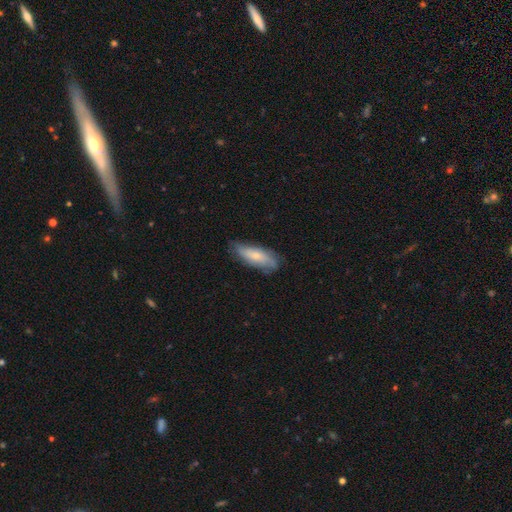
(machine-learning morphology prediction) Overall: smooth (59%; featured or disk 35%). How rounded: in between (58%; cigar-shaped 39%). Merging: none (71%).